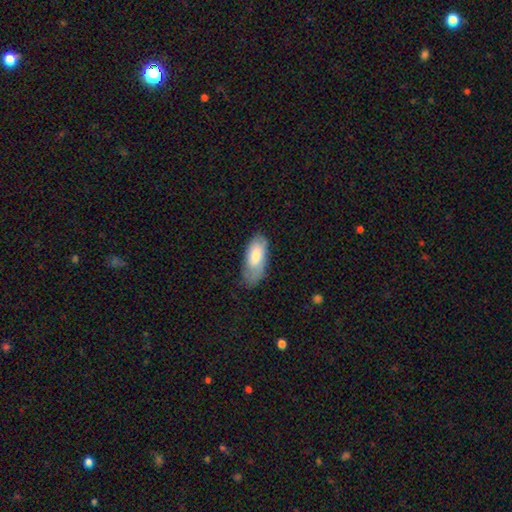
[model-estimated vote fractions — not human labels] Q: Smooth or featured?
A: smooth (70%); runner-up: featured or disk (25%)
Q: How rounded?
A: in between (87%); runner-up: cigar-shaped (11%)
Q: Merging?
A: none (55%); runner-up: minor disturbance (33%)